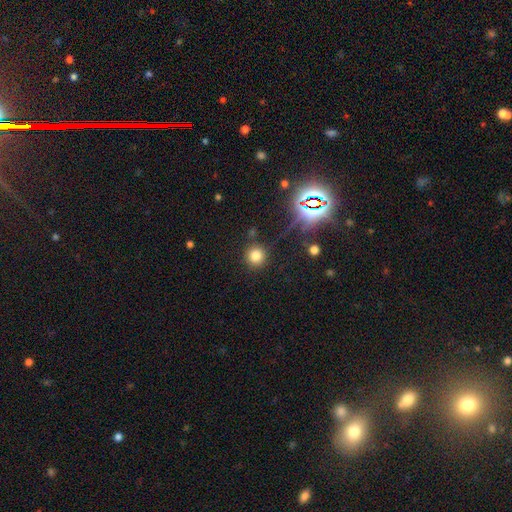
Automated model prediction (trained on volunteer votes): The model was most divided on "smooth or featured": smooth: 74%, star or artifact: 19%, featured or disk: 7%. More confident: how rounded — round (94%); merging — none (87%).